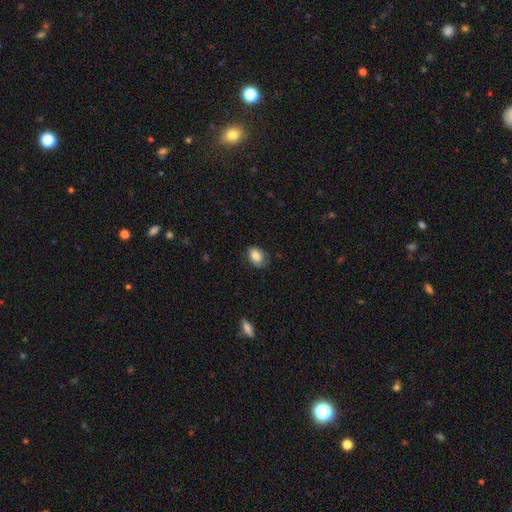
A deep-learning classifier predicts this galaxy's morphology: Overall: smooth (80%). How rounded: in between (81%). Merging: none (68%).